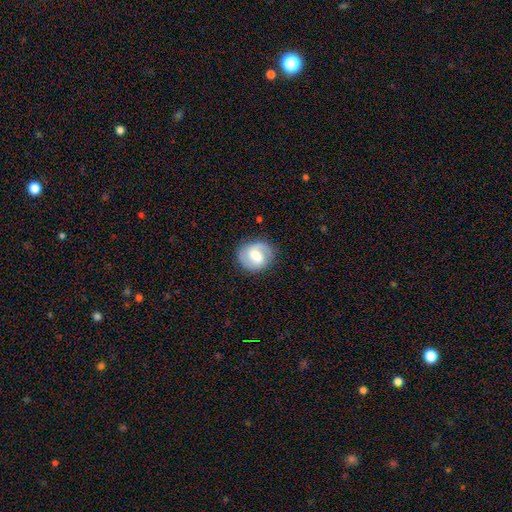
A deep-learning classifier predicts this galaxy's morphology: smooth-or-featured: featured or disk: 61% | smooth: 32% | star or artifact: 7%
  disk-edge-on: no: 98% | yes: 2%
    bar: weak: 52% | strong: 28% | no: 20%
    has-spiral-arms: yes: 84% | no: 16%
      spiral-winding: medium: 46% | tight: 32% | loose: 22%
      spiral-arm-count: 2: 80% | 1: 10% | can't tell: 7% | 3: 1% | 4: 1% | more than 4: 1%
    bulge-size: moderate: 50% | large: 24% | small: 19% | none: 5% | dominant: 3%
  merging: none: 81% | minor disturbance: 13% | major disturbance: 5% | merger: 1%